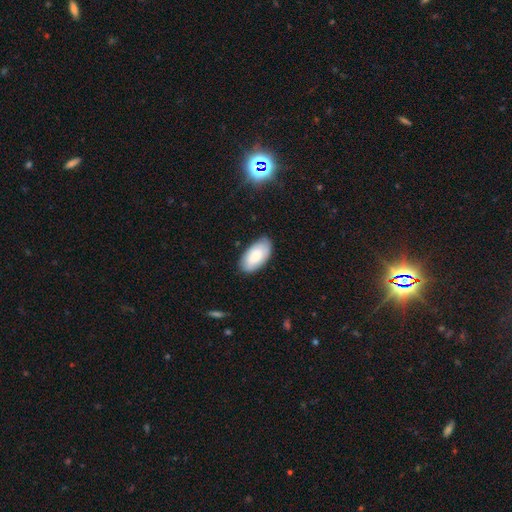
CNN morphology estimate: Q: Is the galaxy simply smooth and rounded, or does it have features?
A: smooth — 75%.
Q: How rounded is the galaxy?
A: in between — 96%.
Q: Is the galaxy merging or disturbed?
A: none — 80%.